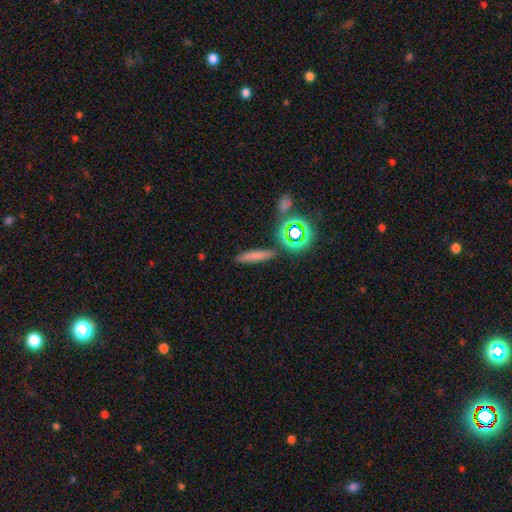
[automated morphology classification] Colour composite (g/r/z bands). It shows a smooth galaxy with no disk features (69%) that is cigar-shaped (84%). Merging: none (86%).